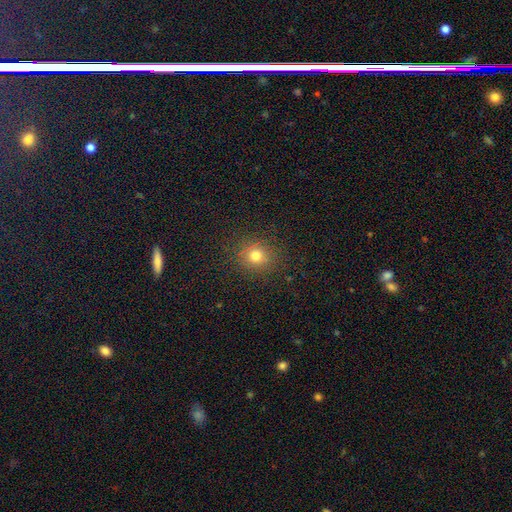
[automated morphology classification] This is likely a smooth galaxy (77%). How rounded: clearly round (85%). Merging: clearly none (87%).